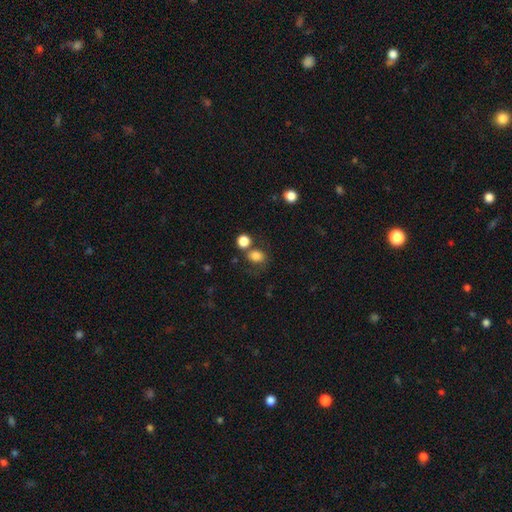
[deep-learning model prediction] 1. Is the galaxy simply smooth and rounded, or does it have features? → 80% smooth, 12% star or artifact, 8% featured or disk.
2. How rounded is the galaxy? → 51% round, 48% in between, 1% cigar-shaped.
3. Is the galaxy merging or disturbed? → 53% none, 21% merger, 16% minor disturbance, 10% major disturbance.